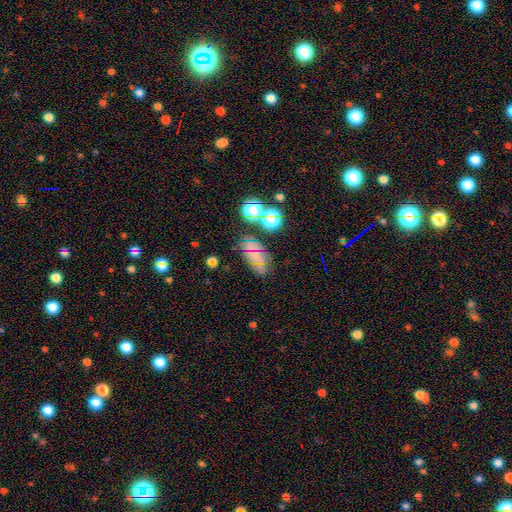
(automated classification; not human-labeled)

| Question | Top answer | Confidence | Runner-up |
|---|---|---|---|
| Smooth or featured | smooth | 45% | star or artifact (31%) |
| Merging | none | 66% | minor disturbance (18%) |